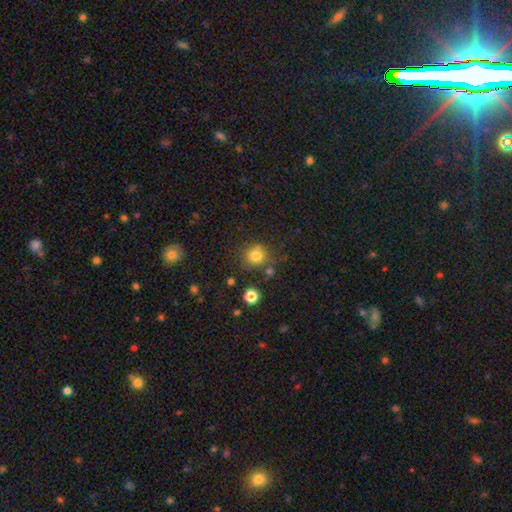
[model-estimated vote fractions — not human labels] smooth_or_featured: smooth (p=0.79) [alt: star or artifact p=0.14]
how_rounded: round (p=0.88) [alt: in between p=0.11]
merging: none (p=0.75) [alt: minor disturbance p=0.12]